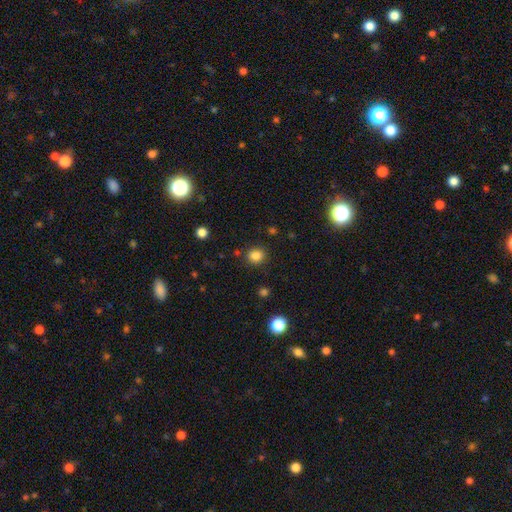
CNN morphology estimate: Smooth or featured? smooth (84%)
How rounded? round (77%)
Merging? none (85%)